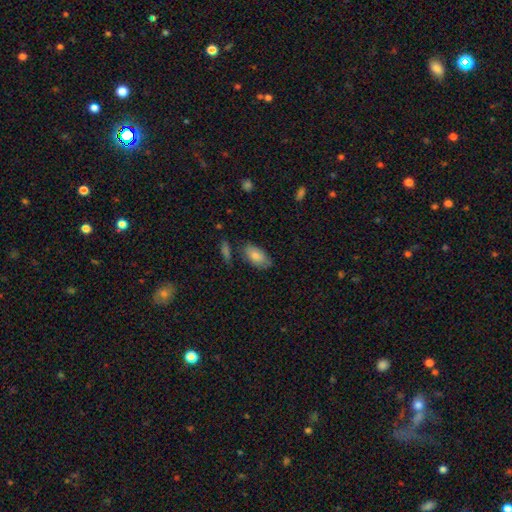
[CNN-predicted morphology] This is clearly a smooth galaxy (82%). How rounded: clearly in between (93%). Merging: likely none (70%).